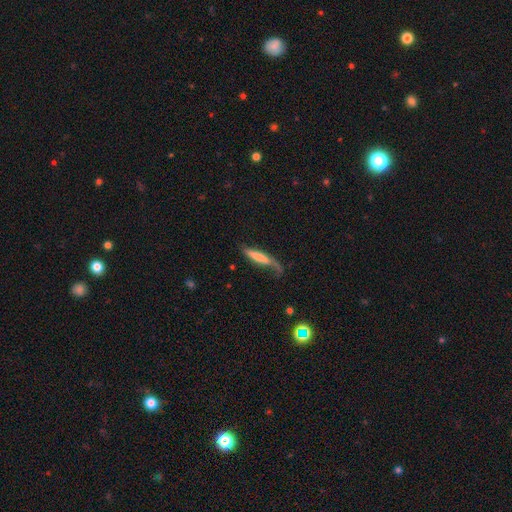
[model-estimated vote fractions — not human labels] smooth_or_featured: smooth (p=0.47) [alt: featured or disk p=0.41]
merging: none (p=0.45) [alt: minor disturbance p=0.29]